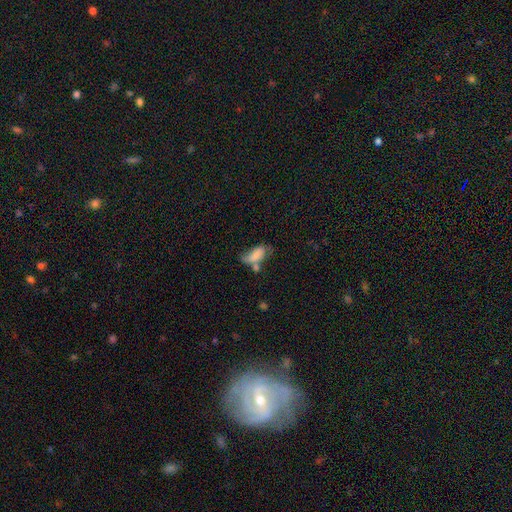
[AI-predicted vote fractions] smooth 70%, featured or disk 21%, star or artifact 9%. Down the decision tree: how rounded — in between (86%); merging — merger (27%, tied with none).